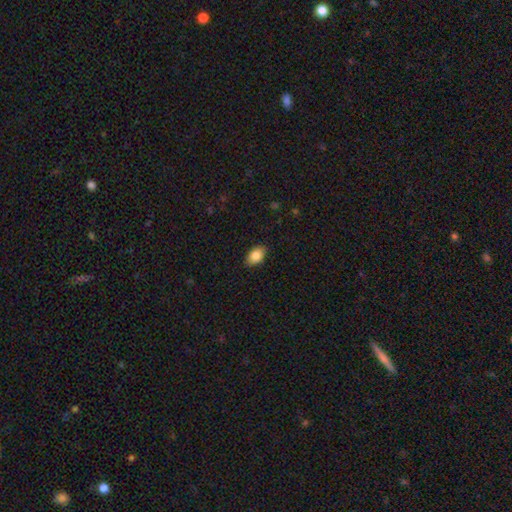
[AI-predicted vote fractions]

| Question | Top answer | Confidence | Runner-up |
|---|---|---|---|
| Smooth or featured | smooth | 85% | star or artifact (8%) |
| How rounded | in between | 90% | round (8%) |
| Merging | none | 87% | minor disturbance (10%) |